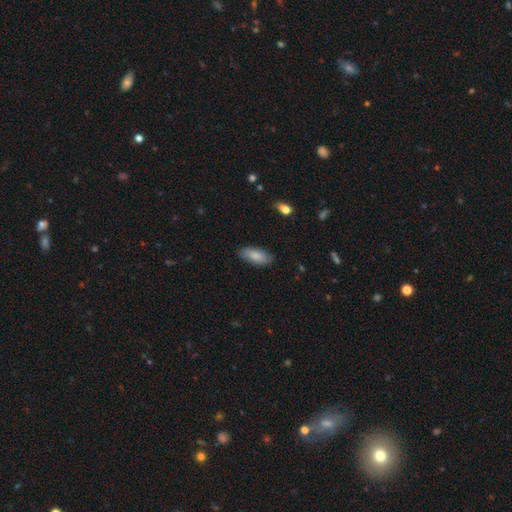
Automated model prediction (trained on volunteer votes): Morphology: type=smooth (83%); roundness=in between (82%); merging=none (83%).